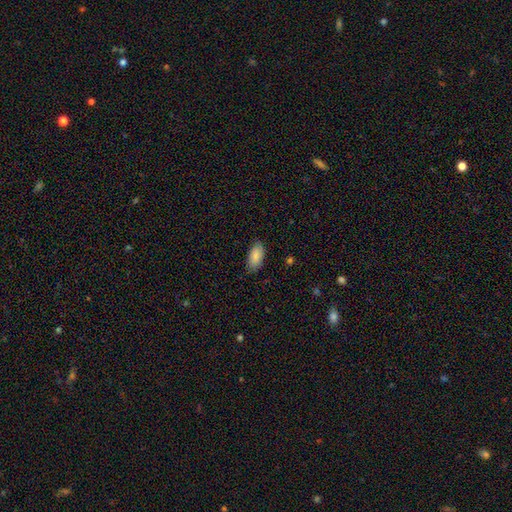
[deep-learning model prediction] This is clearly a smooth galaxy (87%). How rounded: clearly in between (92%). Merging: clearly none (82%).